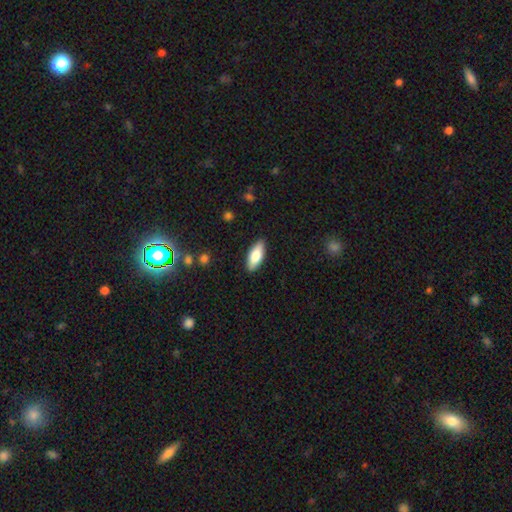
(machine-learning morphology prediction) Smooth or featured?
  - smooth: 79% *
  - featured or disk: 16%
  - star or artifact: 6%
How rounded?
  - in between: 77% *
  - cigar-shaped: 21%
  - round: 2%
Merging?
  - none: 88% *
  - minor disturbance: 9%
  - major disturbance: 2%
  - merger: 1%